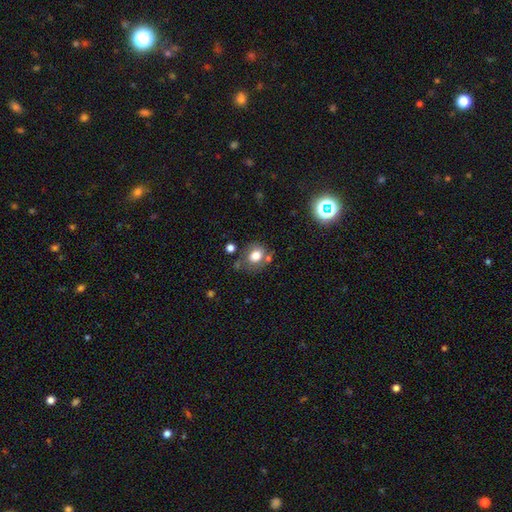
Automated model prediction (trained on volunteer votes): Smooth or featured? smooth (76%)
How rounded? round (62%)
Merging? none (64%)